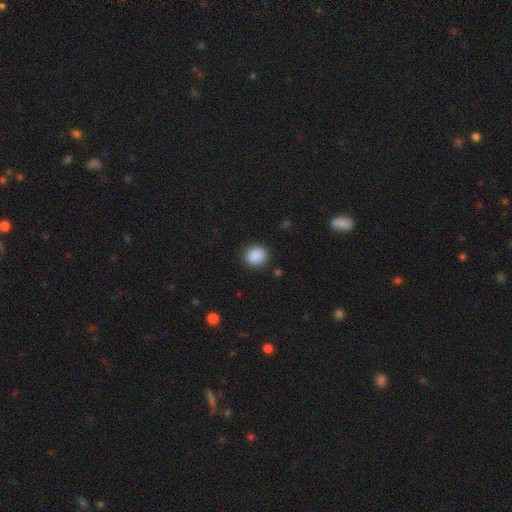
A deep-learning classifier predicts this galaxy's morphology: smooth_or_featured: smooth (p=0.89) [alt: star or artifact p=0.08]
how_rounded: round (p=0.75) [alt: in between p=0.24]
merging: none (p=0.88) [alt: minor disturbance p=0.08]